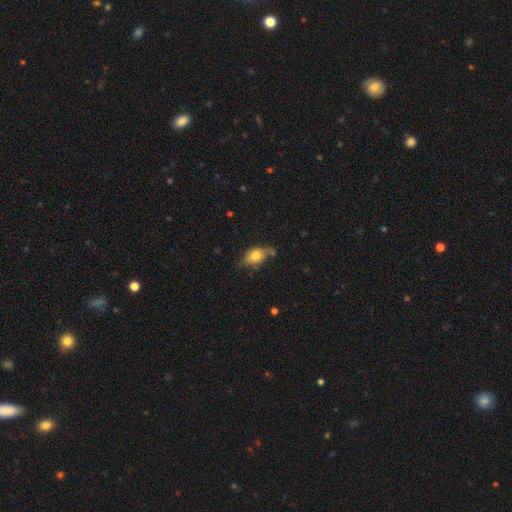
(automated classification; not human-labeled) A smooth galaxy with no disk features (66%) that is in between round and cigar-shaped (78%). Merging: none (54%).